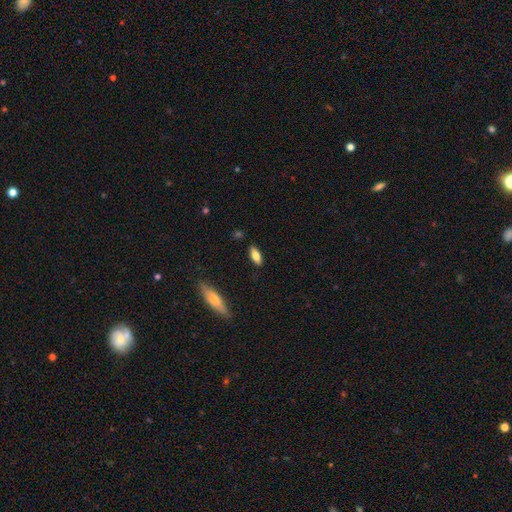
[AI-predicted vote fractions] A smooth galaxy with no disk features (74%) that is in between round and cigar-shaped (74%). Merging: none (87%).